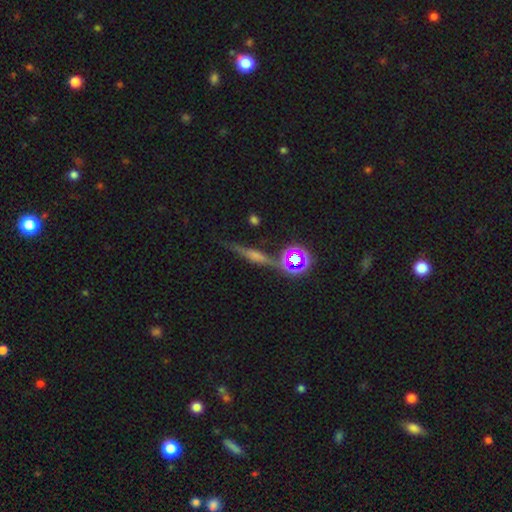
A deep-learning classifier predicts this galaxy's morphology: This appears to be a featured or disk galaxy (54%) viewed edge-on (92%). Merging: none (77%).